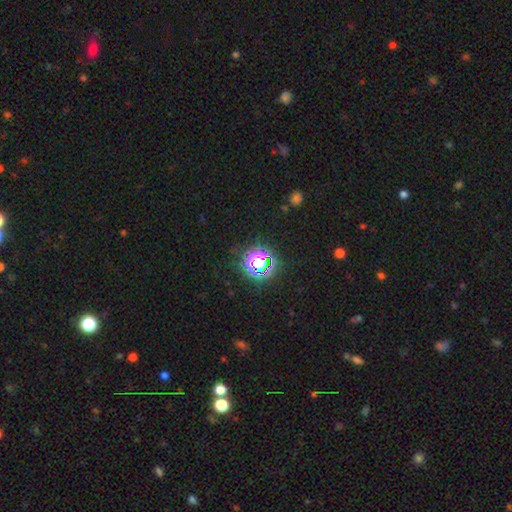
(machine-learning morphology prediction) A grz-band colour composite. It shows a star or artifact, not a galaxy (76%).